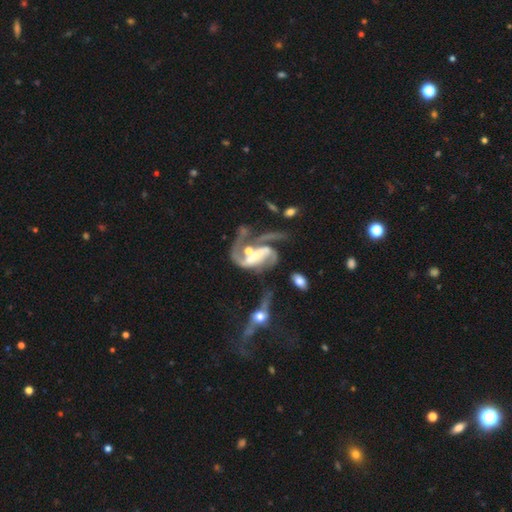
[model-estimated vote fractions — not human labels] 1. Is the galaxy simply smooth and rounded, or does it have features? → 86% featured or disk, 7% smooth, 7% star or artifact.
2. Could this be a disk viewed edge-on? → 97% no, 3% yes.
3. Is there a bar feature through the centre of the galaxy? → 37% weak, 35% strong, 28% no.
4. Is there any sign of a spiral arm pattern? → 92% yes, 8% no.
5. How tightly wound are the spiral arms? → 46% loose, 41% medium, 13% tight.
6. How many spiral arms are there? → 71% 2, 9% 1, 9% can't tell, 7% 3, 2% 4, 2% more than 4.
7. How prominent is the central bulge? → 38% small, 37% moderate, 15% none, 8% large, 2% dominant.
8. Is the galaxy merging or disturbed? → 35% merger, 34% major disturbance, 20% none, 12% minor disturbance.